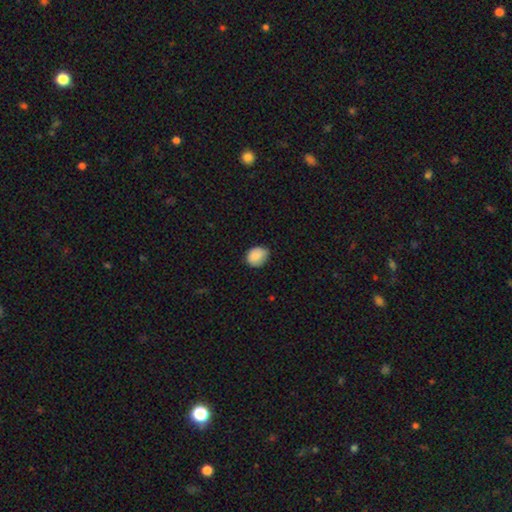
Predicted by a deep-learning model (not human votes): A smooth galaxy with no disk features (86%) that is round (55%).

Vote fractions:
- Smooth or featured? smooth: 86% / star or artifact: 8% / featured or disk: 6%
- How rounded? round: 55% / in between: 45% / cigar-shaped: 1%
- Merging? none: 65% / minor disturbance: 29% / major disturbance: 5% / merger: 1%